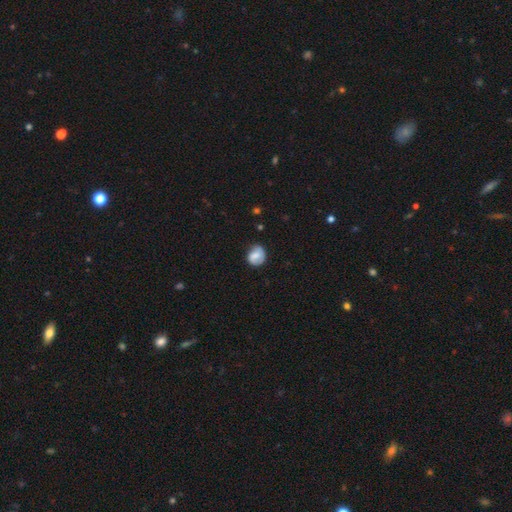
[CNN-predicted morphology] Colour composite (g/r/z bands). It shows a smooth galaxy with no disk features (69%) that is round (66%). Merging: none (60%).